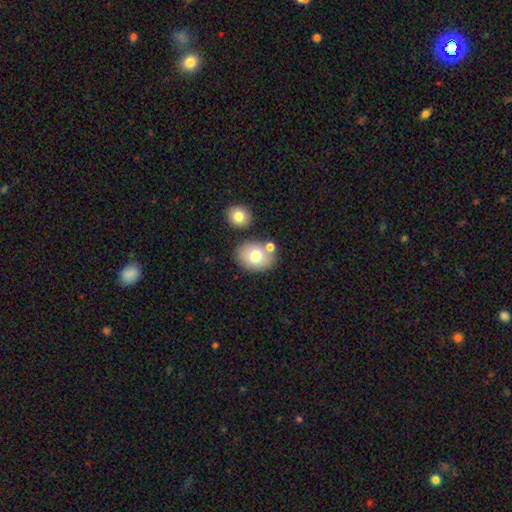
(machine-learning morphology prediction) Smooth or featured: smooth — 75% (featured or disk — 16%)
How rounded: in between — 59% (round — 40%)
Merging: none — 69% (merger — 15%)